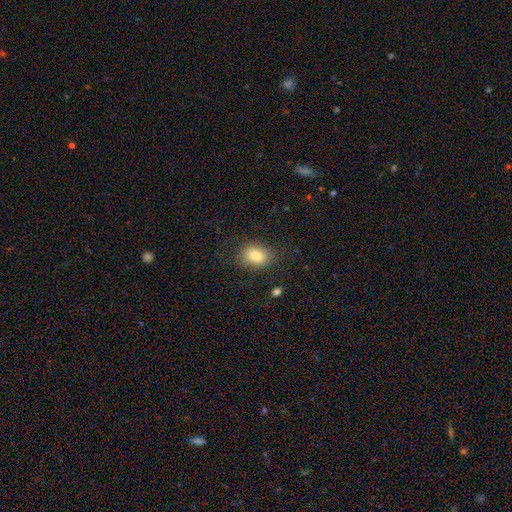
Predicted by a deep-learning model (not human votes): smooth_or_featured: smooth (p=0.81) [alt: featured or disk p=0.10]
how_rounded: in between (p=0.68) [alt: round p=0.31]
merging: none (p=0.83) [alt: minor disturbance p=0.12]